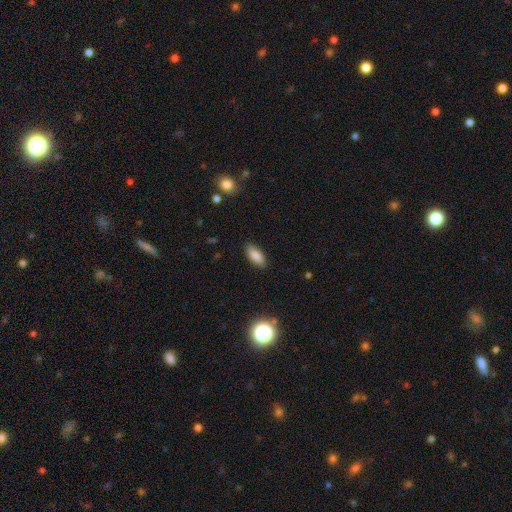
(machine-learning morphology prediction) type=smooth (85%); roundness=in between (83%); merging=none (87%).